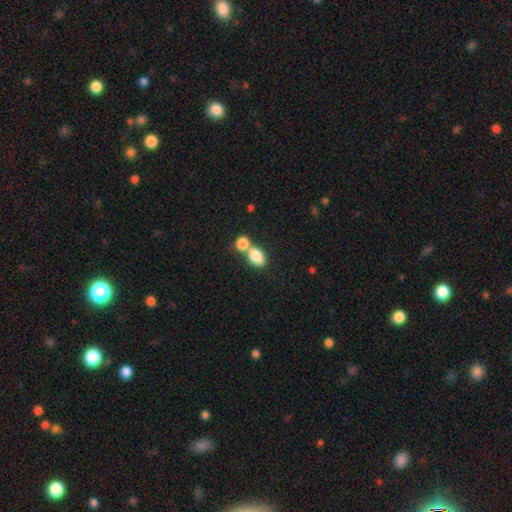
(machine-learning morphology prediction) Q: Smooth or featured?
A: smooth (83%); runner-up: star or artifact (9%)
Q: How rounded?
A: in between (80%); runner-up: round (19%)
Q: Merging?
A: merger (50%); runner-up: none (37%)